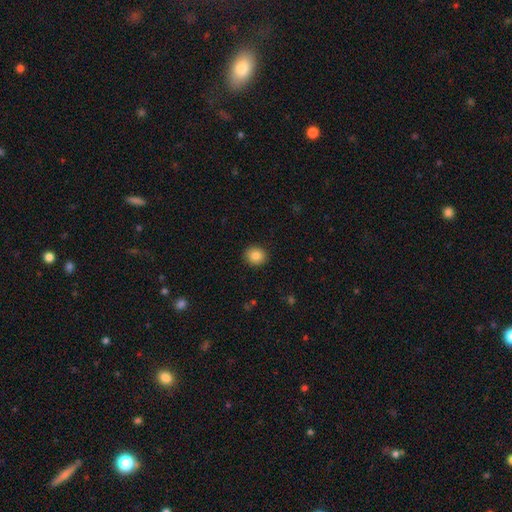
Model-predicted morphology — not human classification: A smooth galaxy with no disk features (85%) that is round (78%).

Vote fractions:
- Smooth or featured? smooth: 85% / star or artifact: 9% / featured or disk: 6%
- How rounded? round: 78% / in between: 21% / cigar-shaped: 1%
- Merging? none: 91% / minor disturbance: 6% / major disturbance: 2% / merger: 1%